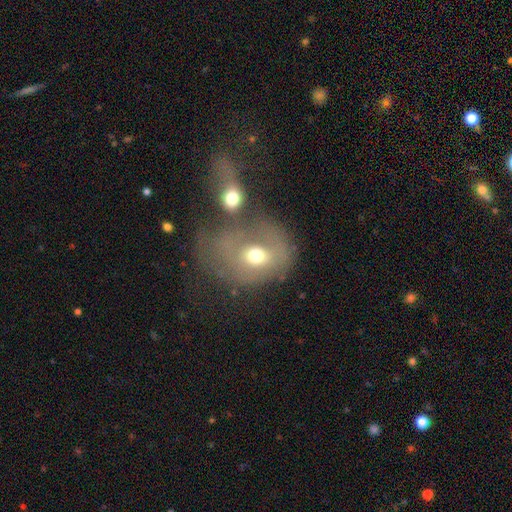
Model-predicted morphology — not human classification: Q: Smooth or featured?
A: smooth (51%); runner-up: featured or disk (38%)
Q: How rounded?
A: in between (53%); runner-up: round (46%)
Q: Merging?
A: merger (36%); runner-up: major disturbance (28%)